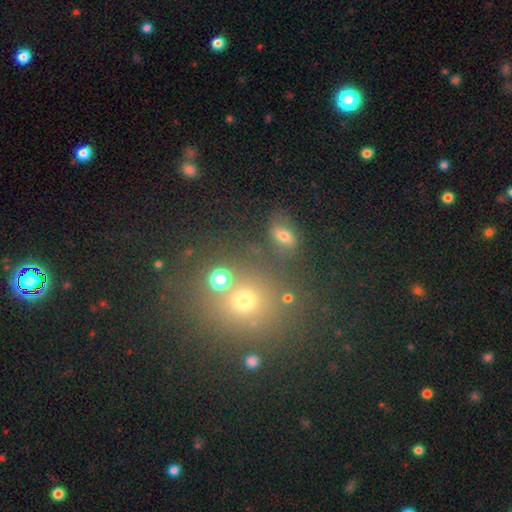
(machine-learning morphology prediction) smooth-or-featured: smooth: 48% | star or artifact: 41% | featured or disk: 11%
  merging: none: 69% | merger: 19% | minor disturbance: 9% | major disturbance: 4%